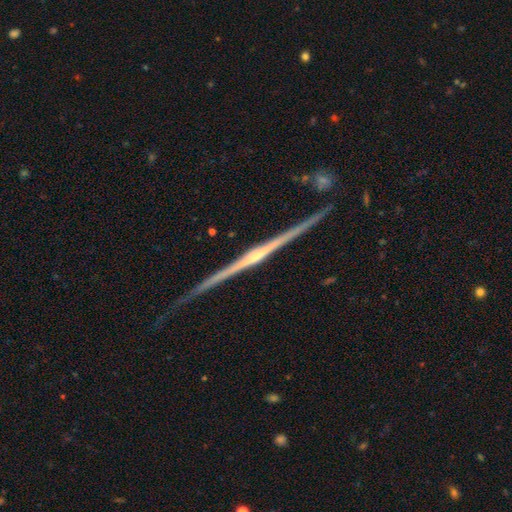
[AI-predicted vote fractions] A featured or disk galaxy (88%) viewed edge-on (98%) with a rounded central bulge (63%). Merging: none (85%).